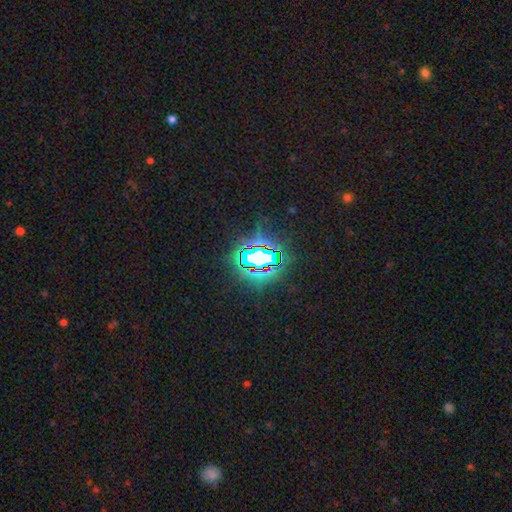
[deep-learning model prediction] smooth_or_featured: star or artifact (p=0.77) [alt: smooth p=0.13]